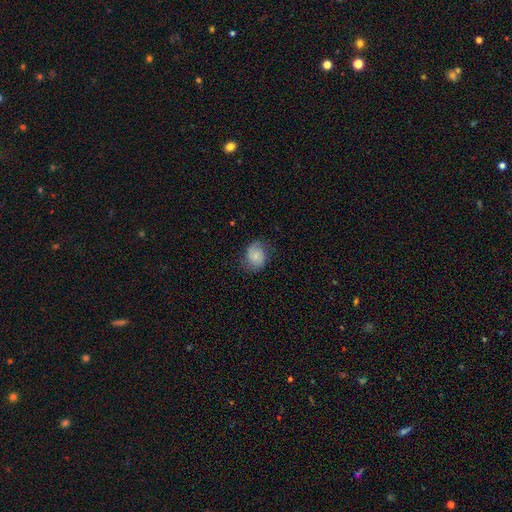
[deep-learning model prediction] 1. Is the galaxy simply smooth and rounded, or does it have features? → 62% smooth, 30% featured or disk, 8% star or artifact.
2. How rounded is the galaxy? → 54% round, 45% in between, 1% cigar-shaped.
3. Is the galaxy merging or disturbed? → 64% none, 25% minor disturbance, 10% major disturbance, 1% merger.